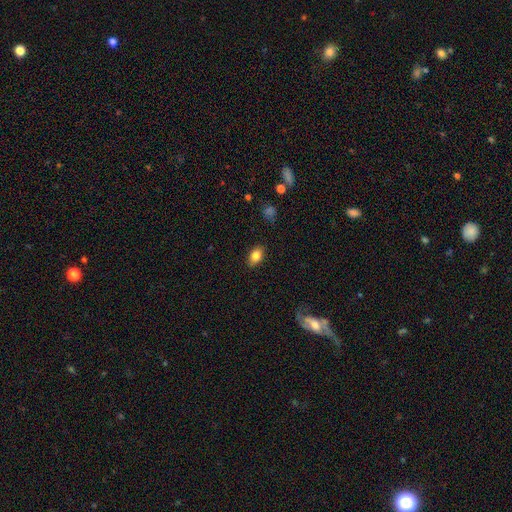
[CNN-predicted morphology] Smooth or featured? smooth (83%)
How rounded? in between (85%)
Merging? none (86%)